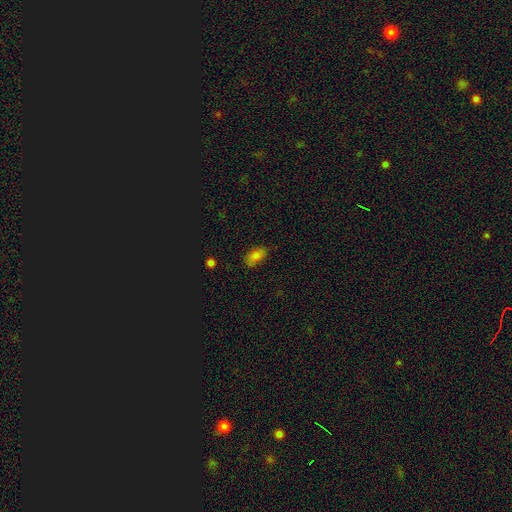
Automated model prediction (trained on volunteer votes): This appears to be a smooth galaxy with no disk features (80%) that is in between round and cigar-shaped (91%). Merging: none (74%).